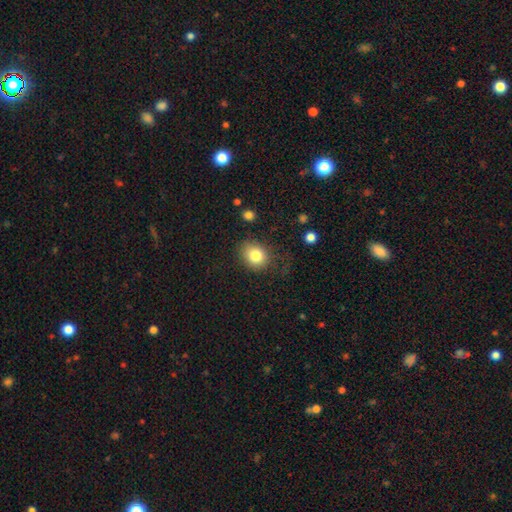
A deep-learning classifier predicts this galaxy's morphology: Smooth or featured: smooth — 82% (star or artifact — 10%)
How rounded: round — 62% (in between — 37%)
Merging: none — 73% (minor disturbance — 18%)